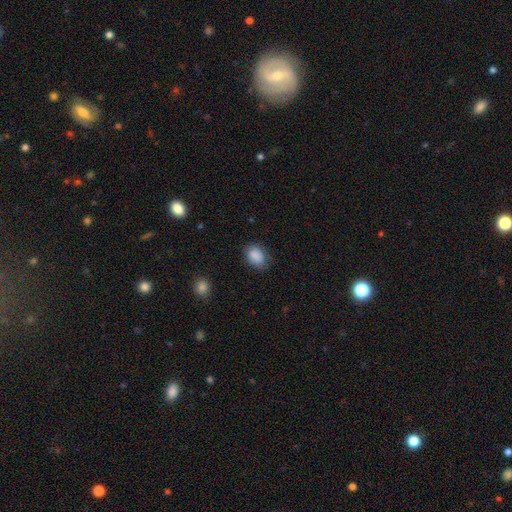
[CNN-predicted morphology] The model was most divided on "how rounded": in between: 77%, round: 22%, cigar-shaped: 1%. More confident: smooth or featured — smooth (88%); merging — none (75%).